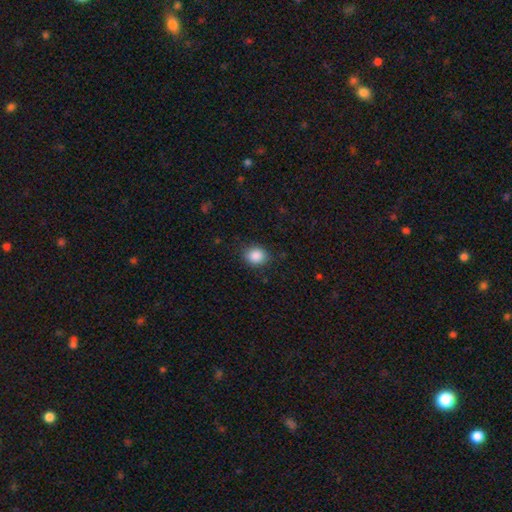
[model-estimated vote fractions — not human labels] Smooth or featured: smooth — 87% (star or artifact — 9%)
How rounded: round — 69% (in between — 30%)
Merging: none — 85% (minor disturbance — 11%)